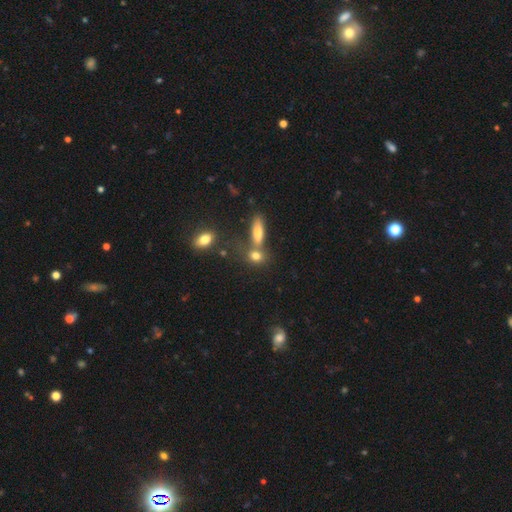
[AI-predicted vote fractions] Morphology: type=smooth (76%); roundness=in between (45%); merging=none (49%).